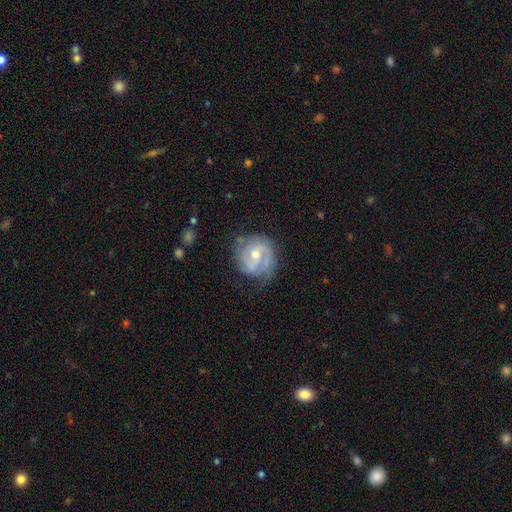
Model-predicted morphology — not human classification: Smooth or featured?
  - featured or disk: 83% *
  - smooth: 12%
  - star or artifact: 5%
Edge-on disk?
  - no: 98% *
  - yes: 2%
Bar?
  - weak: 47% *
  - no: 44%
  - strong: 9%
Spiral arms?
  - yes: 94% *
  - no: 6%
Spiral winding?
  - tight: 50% *
  - medium: 39%
  - loose: 11%
Spiral arm count?
  - 2: 67% *
  - can't tell: 13%
  - 3: 11%
  - 1: 5%
  - 4: 2%
  - more than 4: 2%
Bulge size?
  - moderate: 62% *
  - small: 32%
  - large: 3%
  - none: 2%
  - dominant: 1%
Merging?
  - none: 66% *
  - minor disturbance: 23%
  - major disturbance: 10%
  - merger: 2%